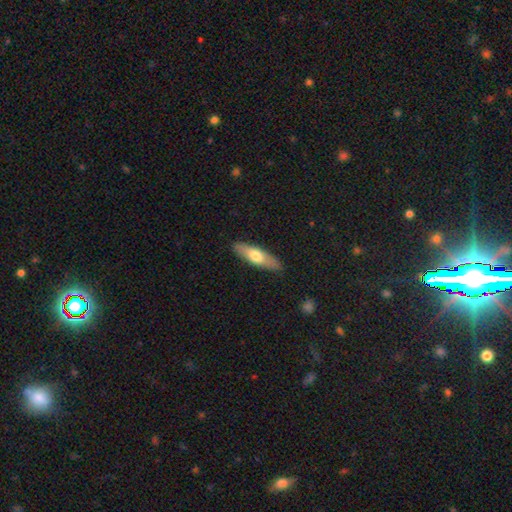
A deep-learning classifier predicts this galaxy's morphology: type=smooth (63%); roundness=cigar-shaped (57%); merging=none (88%).